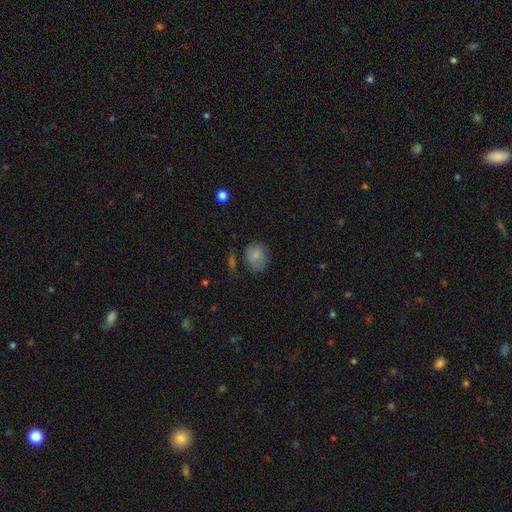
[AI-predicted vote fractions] This is clearly a smooth galaxy (82%). How rounded: possibly round (58%). Merging: likely none (61%).